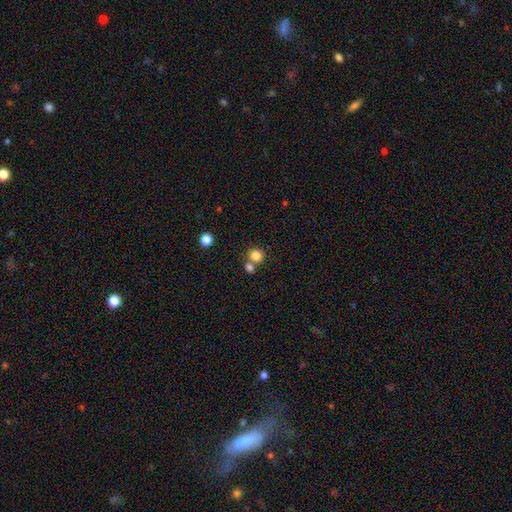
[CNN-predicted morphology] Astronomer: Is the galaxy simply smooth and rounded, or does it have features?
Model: smooth — 82%.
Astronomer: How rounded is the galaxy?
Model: round — 89%.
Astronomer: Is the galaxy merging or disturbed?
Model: none — 60%.